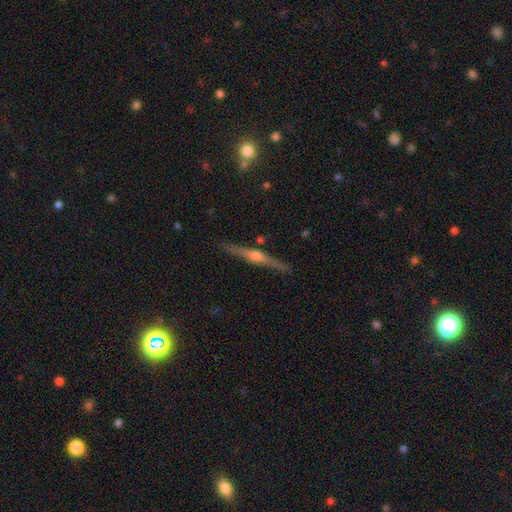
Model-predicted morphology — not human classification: Smooth or featured? Predicted: featured or disk (p=0.80). Edge-on disk? Predicted: yes (p=0.98). Edge-on bulge? Predicted: rounded (p=0.89). Merging? Predicted: none (p=0.90).